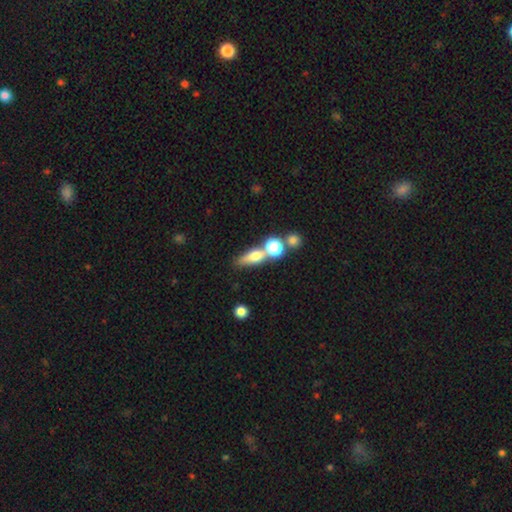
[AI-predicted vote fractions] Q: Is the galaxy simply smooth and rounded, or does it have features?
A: smooth — 63%.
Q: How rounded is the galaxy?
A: in between — 45%.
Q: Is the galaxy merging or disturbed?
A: merger — 46%.